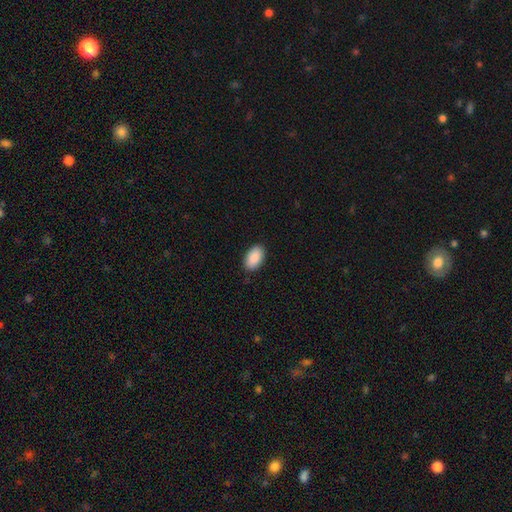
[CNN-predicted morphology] Smooth or featured? smooth (89%)
How rounded? in between (94%)
Merging? none (89%)